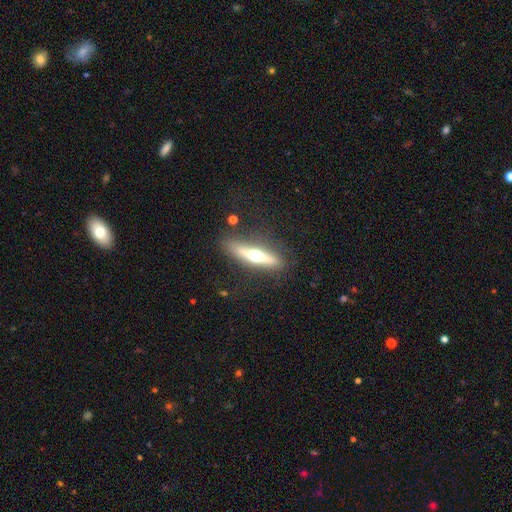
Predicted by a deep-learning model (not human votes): This appears to be a featured or disk galaxy (60%) viewed edge-on (92%) with a rounded central bulge (93%). Merging: none (83%).